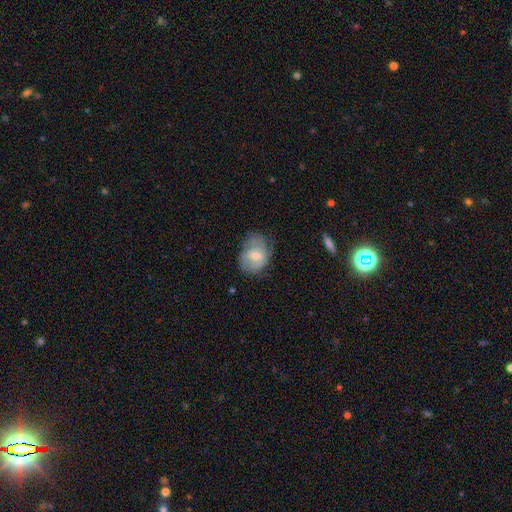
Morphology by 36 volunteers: Smooth or featured? smooth (72%)
How rounded? in between (65%)
Merging? none (63%)